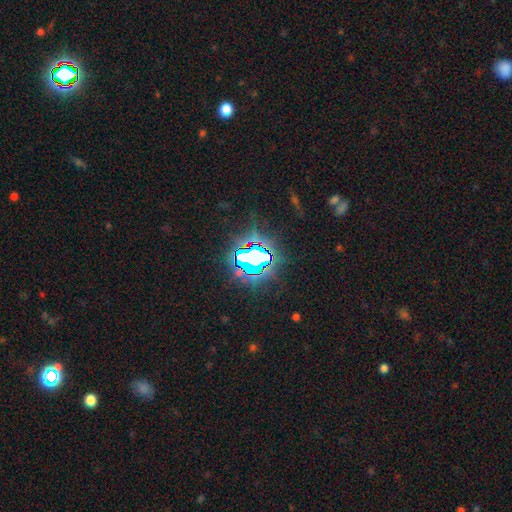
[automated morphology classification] smooth-or-featured: star or artifact: 78% | smooth: 12% | featured or disk: 11%